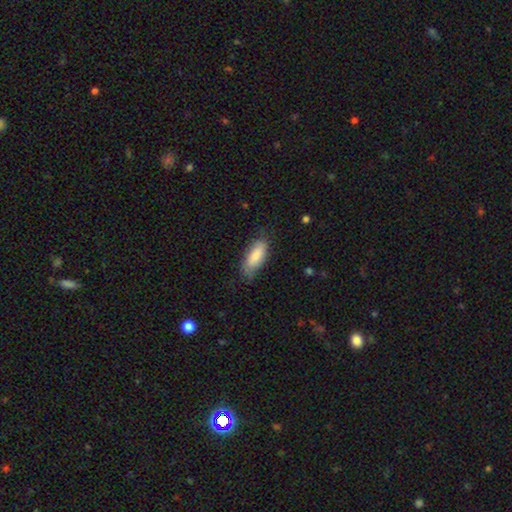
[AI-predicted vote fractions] Q: Smooth or featured?
A: smooth (81%); runner-up: featured or disk (13%)
Q: How rounded?
A: in between (79%); runner-up: cigar-shaped (19%)
Q: Merging?
A: none (62%); runner-up: minor disturbance (29%)